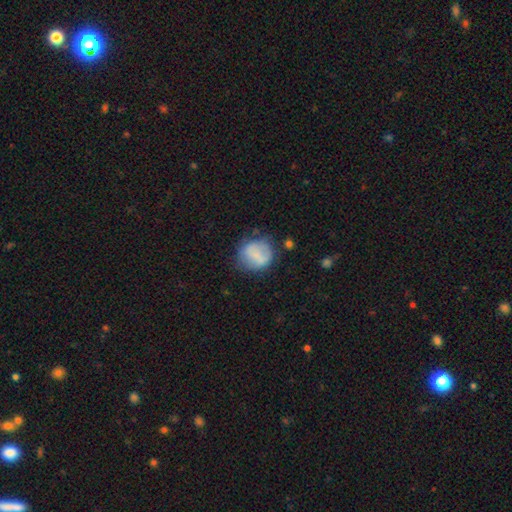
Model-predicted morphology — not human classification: Smooth or featured: smooth — 68% (featured or disk — 24%)
How rounded: round — 79% (in between — 20%)
Merging: none — 60% (minor disturbance — 24%)